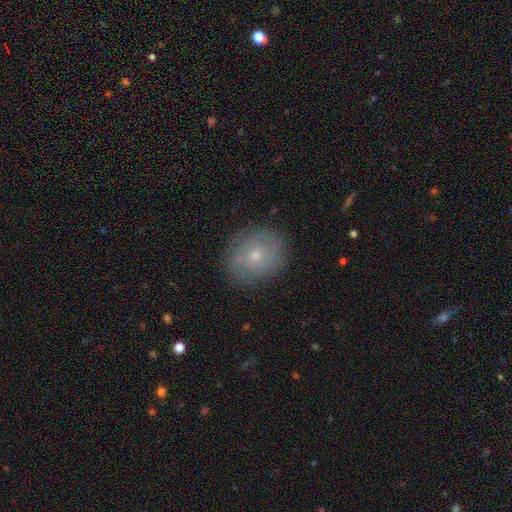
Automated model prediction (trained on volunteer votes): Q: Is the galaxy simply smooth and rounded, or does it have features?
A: smooth — 56%.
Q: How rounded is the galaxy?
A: round — 64%.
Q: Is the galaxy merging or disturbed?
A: none — 82%.